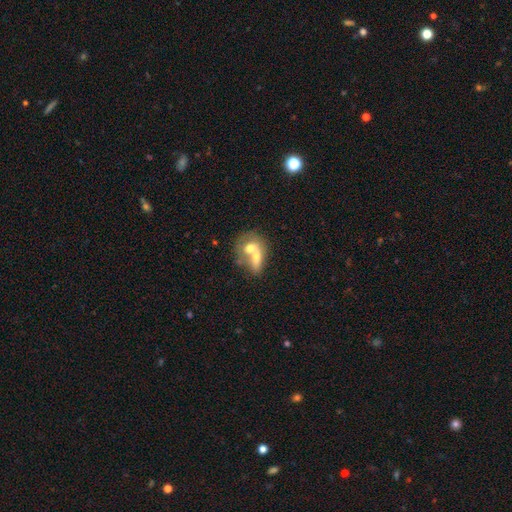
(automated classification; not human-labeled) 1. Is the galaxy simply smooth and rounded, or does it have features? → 62% smooth, 31% featured or disk, 7% star or artifact.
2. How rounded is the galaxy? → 59% in between, 35% round, 6% cigar-shaped.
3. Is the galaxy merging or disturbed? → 72% merger, 17% none, 6% minor disturbance, 5% major disturbance.